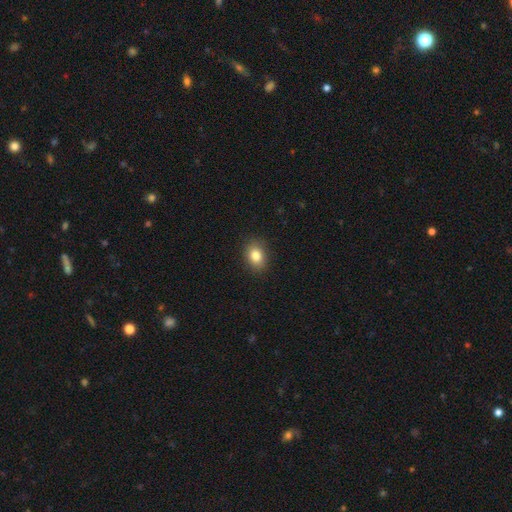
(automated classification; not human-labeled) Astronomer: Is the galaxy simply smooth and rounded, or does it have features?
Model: smooth — 83%.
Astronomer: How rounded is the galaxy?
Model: in between — 64%.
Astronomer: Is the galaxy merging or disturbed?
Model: none — 88%.